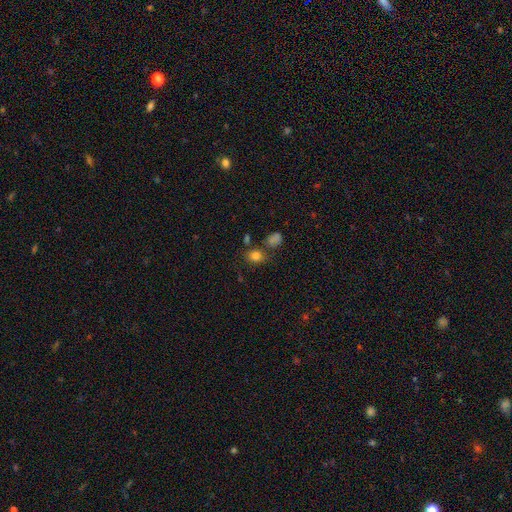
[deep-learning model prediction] A smooth galaxy with no disk features (80%) that is round (60%). Merging: none (66%).